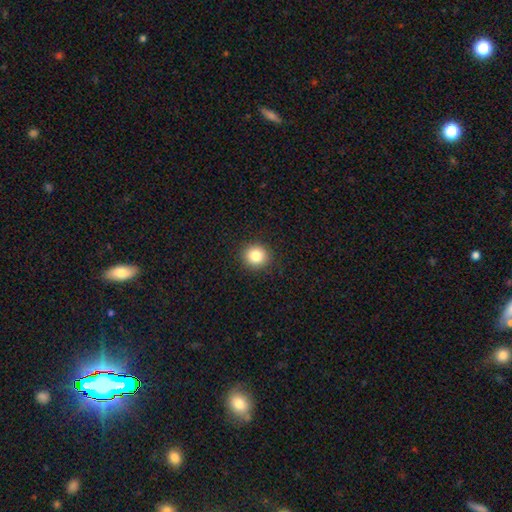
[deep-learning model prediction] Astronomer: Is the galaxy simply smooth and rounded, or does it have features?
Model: smooth — 84%.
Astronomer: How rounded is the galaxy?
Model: round — 89%.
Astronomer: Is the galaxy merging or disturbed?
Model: none — 91%.